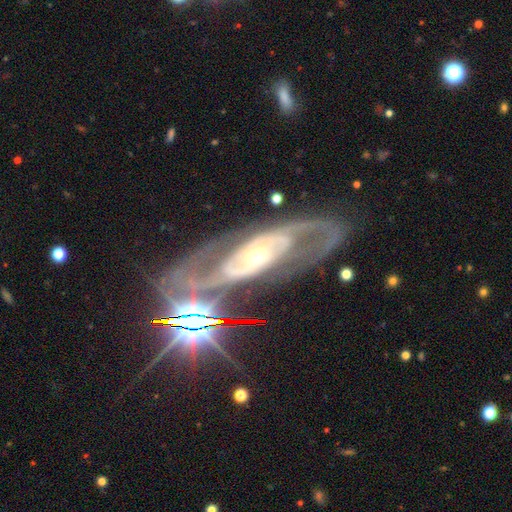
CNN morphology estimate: A featured or disk galaxy (83%) with no bar (65%), 2 (68%) tight (44%) spiral arms (75%) and a moderate central bulge (64%).

Vote fractions:
- Smooth or featured? featured or disk: 83% / smooth: 10% / star or artifact: 7%
- Edge-on disk? no: 89% / yes: 11%
- Bar? no: 65% / weak: 21% / strong: 13%
- Spiral arms? yes: 75% / no: 25%
- Spiral winding? tight: 44% / medium: 38% / loose: 18%
- Spiral arm count? 2: 68% / can't tell: 19% / 1: 5% / 3: 4% / 4: 2% / more than 4: 2%
- Bulge size? moderate: 64% / small: 28% / large: 6% / dominant: 1% / none: 1%
- Merging? none: 71% / minor disturbance: 13% / major disturbance: 11% / merger: 5%